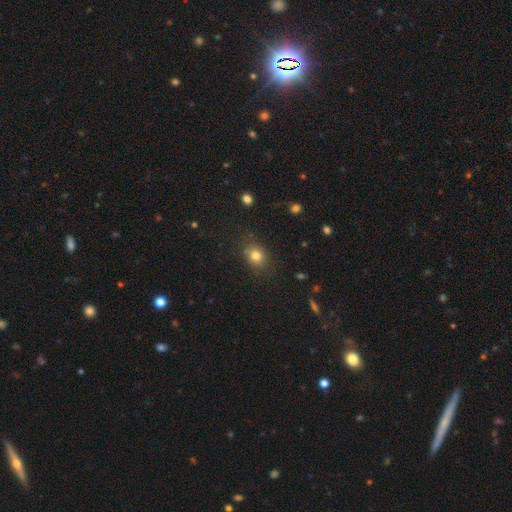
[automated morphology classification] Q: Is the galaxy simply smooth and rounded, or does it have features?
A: smooth — 79%.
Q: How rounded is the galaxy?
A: round — 62%.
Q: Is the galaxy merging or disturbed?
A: none — 81%.